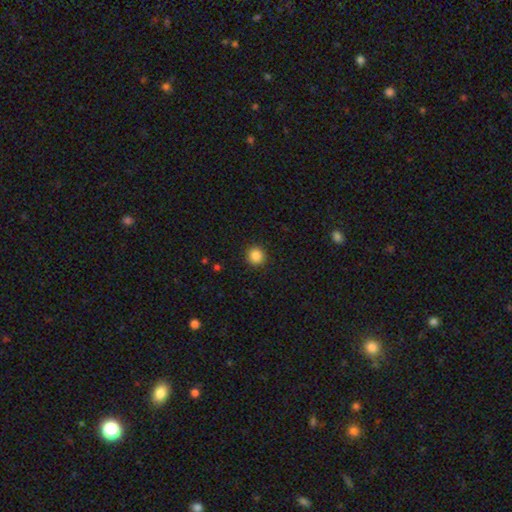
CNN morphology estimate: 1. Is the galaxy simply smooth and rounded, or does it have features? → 86% smooth, 10% star or artifact, 4% featured or disk.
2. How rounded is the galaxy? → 94% round, 5% in between, 1% cigar-shaped.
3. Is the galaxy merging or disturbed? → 92% none, 5% minor disturbance, 2% major disturbance, 1% merger.